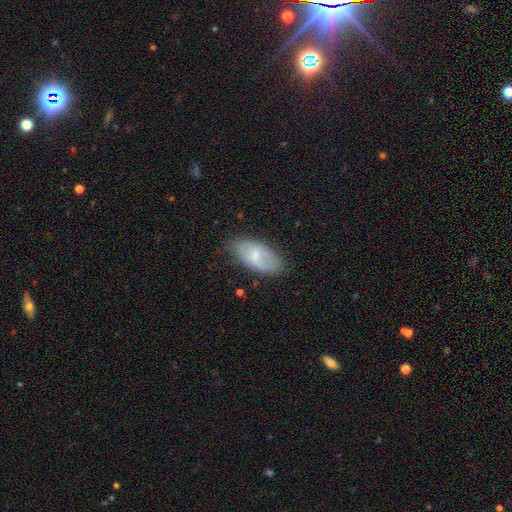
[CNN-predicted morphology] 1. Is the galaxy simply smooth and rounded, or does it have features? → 61% smooth, 33% featured or disk, 7% star or artifact.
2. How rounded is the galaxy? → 92% in between, 5% cigar-shaped, 3% round.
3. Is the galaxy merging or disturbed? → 70% none, 23% minor disturbance, 6% major disturbance, 2% merger.